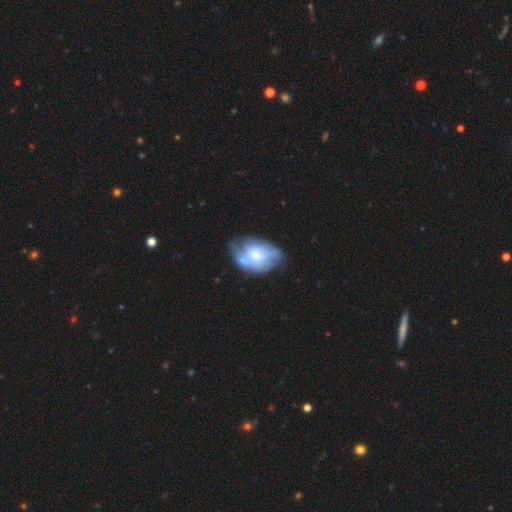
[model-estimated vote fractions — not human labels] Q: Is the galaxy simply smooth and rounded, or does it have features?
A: featured or disk — 57%.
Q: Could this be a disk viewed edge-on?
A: no — 97%.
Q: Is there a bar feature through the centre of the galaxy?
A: no — 71%.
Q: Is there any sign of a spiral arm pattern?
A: yes — 63%.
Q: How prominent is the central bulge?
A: moderate — 36%, tied with small.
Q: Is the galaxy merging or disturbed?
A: none — 41%.